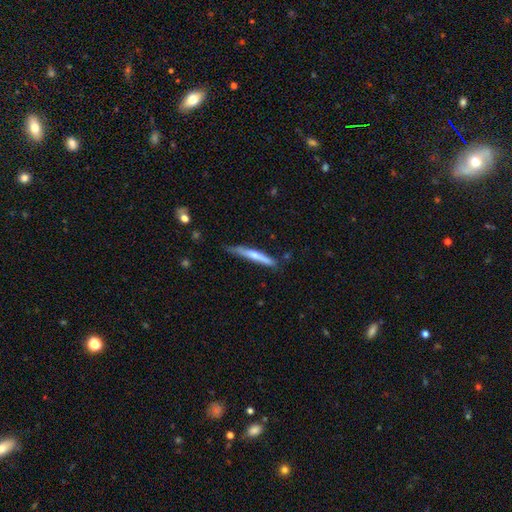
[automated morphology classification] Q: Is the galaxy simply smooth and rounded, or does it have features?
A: smooth — 53%.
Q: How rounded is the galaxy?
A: cigar-shaped — 94%.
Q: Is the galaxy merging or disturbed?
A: none — 68%.